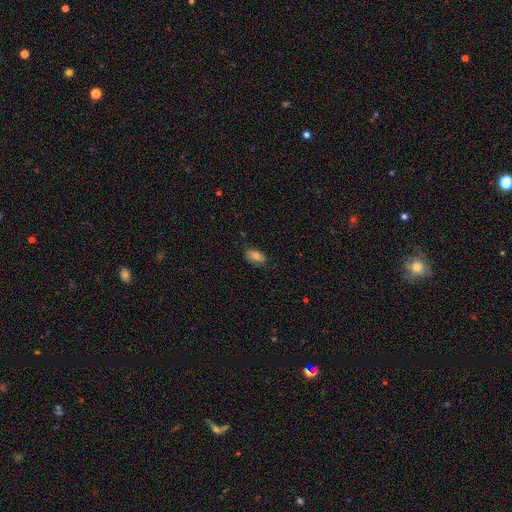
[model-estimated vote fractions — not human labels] This appears to be a smooth galaxy with no disk features (78%) that is in between round and cigar-shaped (91%). Merging: none (76%).